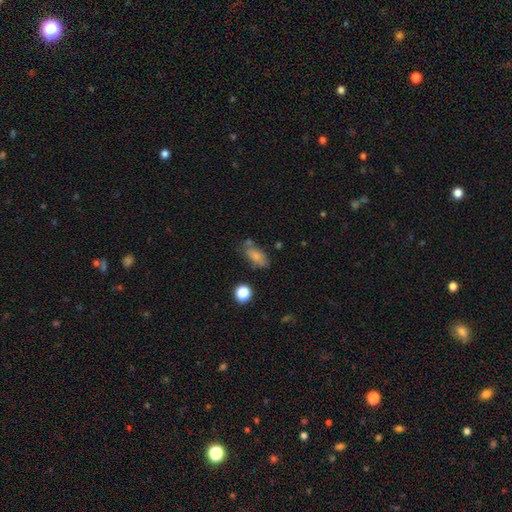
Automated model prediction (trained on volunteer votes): Q: Smooth or featured?
A: smooth (76%); runner-up: featured or disk (14%)
Q: How rounded?
A: in between (83%); runner-up: cigar-shaped (11%)
Q: Merging?
A: none (56%); runner-up: minor disturbance (23%)